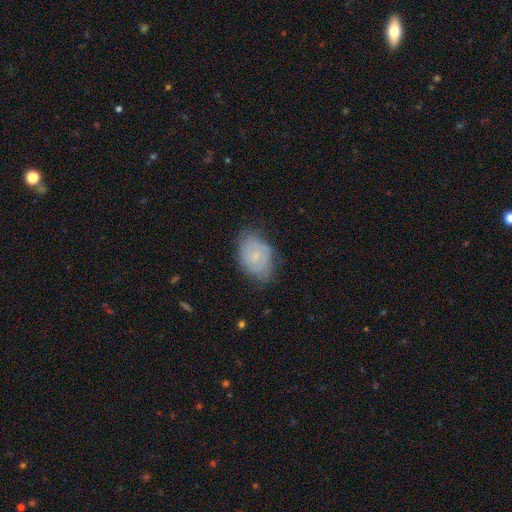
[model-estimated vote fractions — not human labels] featured or disk 48%, smooth 44%, star or artifact 8%. Down the decision tree: merging — none (67%).